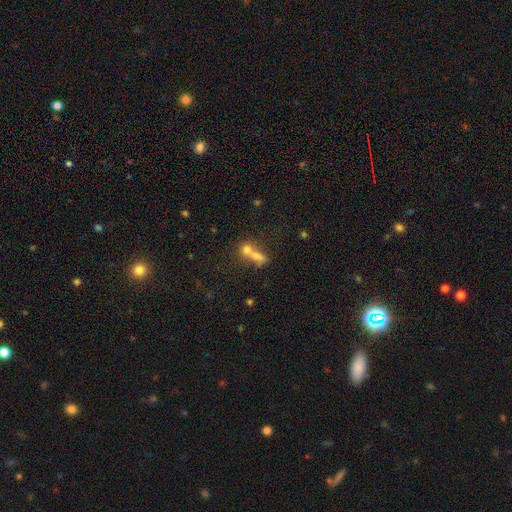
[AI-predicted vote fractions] Smooth or featured? smooth (66%)
How rounded? in between (50%)
Merging? merger (63%)